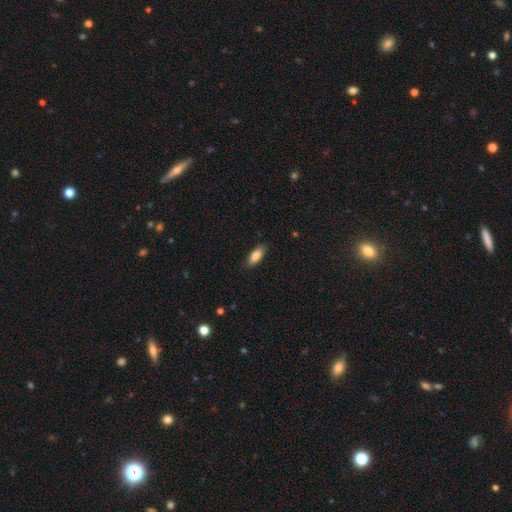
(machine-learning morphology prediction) Q: Smooth or featured?
A: smooth (85%); runner-up: featured or disk (9%)
Q: How rounded?
A: in between (79%); runner-up: cigar-shaped (19%)
Q: Merging?
A: none (86%); runner-up: minor disturbance (11%)